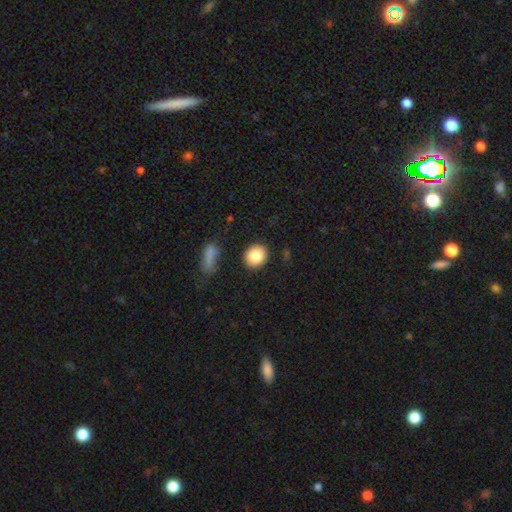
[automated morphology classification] This appears to be a smooth galaxy with no disk features (85%) that is round (73%). Merging: none (87%).